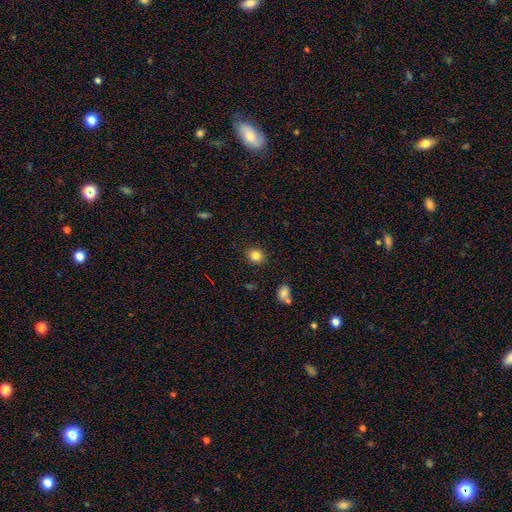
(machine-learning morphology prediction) This is clearly a smooth galaxy (84%). How rounded: likely round (72%). Merging: clearly none (89%).